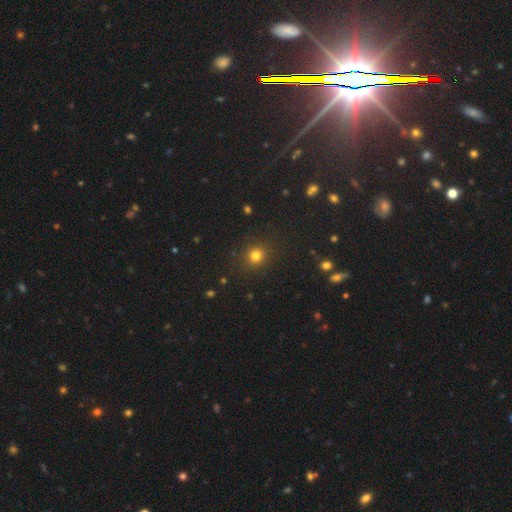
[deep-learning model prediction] Morphology: type=smooth (79%); roundness=round (89%); merging=none (89%).